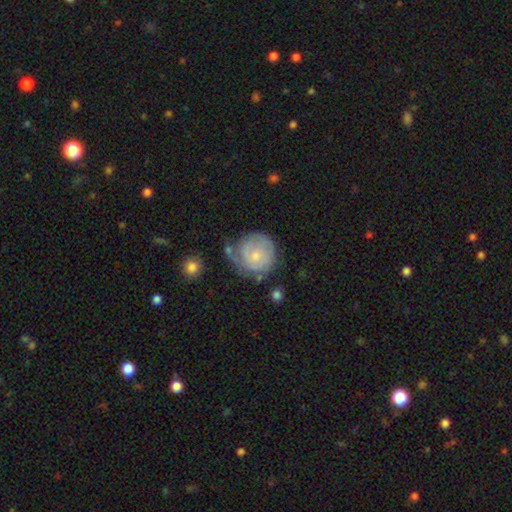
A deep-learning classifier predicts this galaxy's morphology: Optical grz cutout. It shows a featured or disk galaxy (53%) with no bar (76%), spiral arms (78%) and a small central bulge (63%). Merging: none (51%).